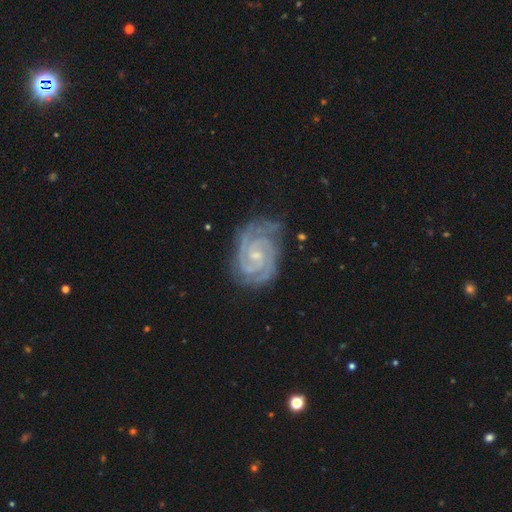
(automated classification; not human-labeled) Smooth or featured? Predicted: featured or disk (p=0.92). Edge-on disk? Predicted: no (p=0.98). Bar? Predicted: no (p=0.61). Spiral arms? Predicted: yes (p=0.99). Spiral winding? Predicted: tight (p=0.80). Spiral arm count? Predicted: 2 (p=0.58). Bulge size? Predicted: small (p=0.72). Merging? Predicted: none (p=0.75).